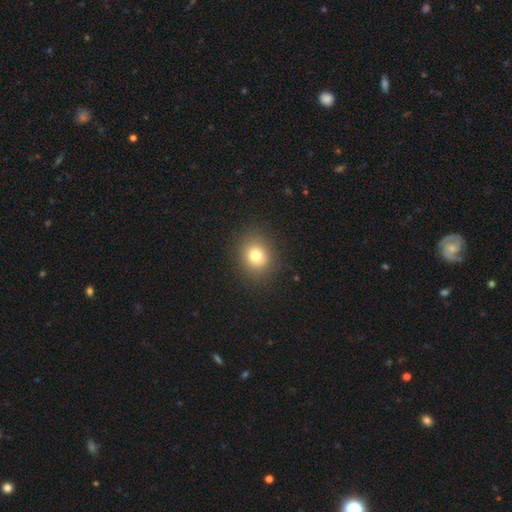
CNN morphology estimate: Q: Smooth or featured?
A: smooth (77%); runner-up: star or artifact (13%)
Q: How rounded?
A: round (75%); runner-up: in between (24%)
Q: Merging?
A: none (89%); runner-up: minor disturbance (7%)